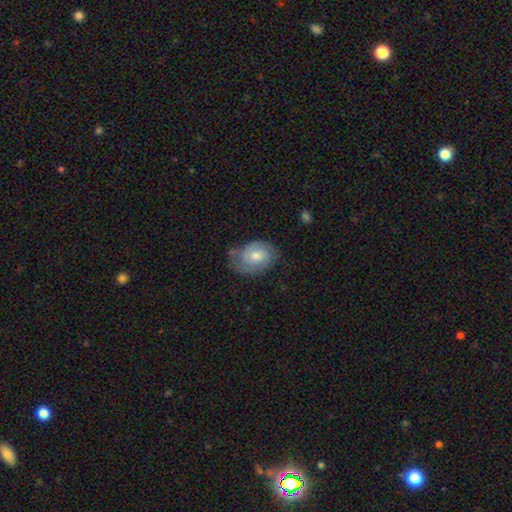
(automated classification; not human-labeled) A smooth galaxy with no disk features (56%) that is in between round and cigar-shaped (68%).

Vote fractions:
- Smooth or featured? smooth: 56% / featured or disk: 38% / star or artifact: 7%
- How rounded? in between: 68% / round: 31% / cigar-shaped: 1%
- Merging? none: 50% / minor disturbance: 34% / major disturbance: 13% / merger: 3%